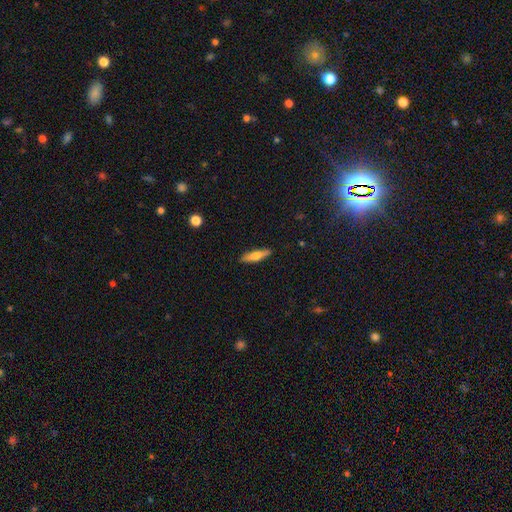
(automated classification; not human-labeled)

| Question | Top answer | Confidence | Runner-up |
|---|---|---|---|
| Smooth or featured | smooth | 64% | featured or disk (30%) |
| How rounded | cigar-shaped | 73% | in between (25%) |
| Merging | none | 89% | minor disturbance (8%) |